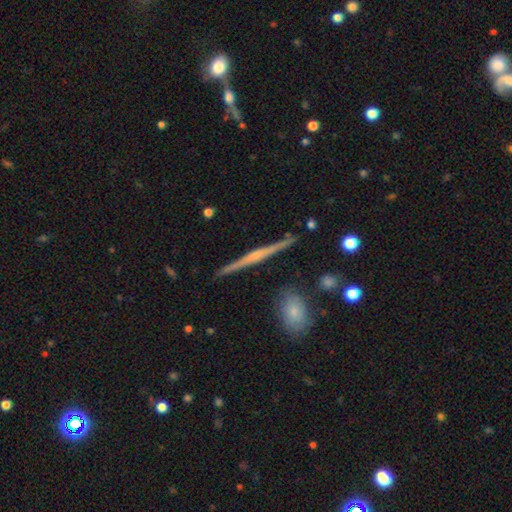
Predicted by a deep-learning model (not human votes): Overall: featured or disk (74%). Edge-on disk: yes (98%). Edge-on bulge: rounded (50%; none 36%). Merging: none (90%).